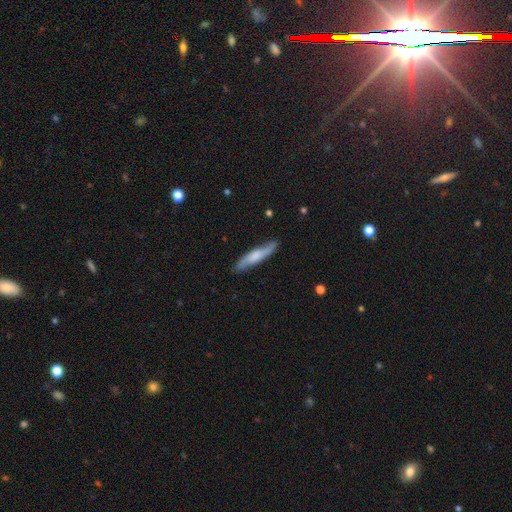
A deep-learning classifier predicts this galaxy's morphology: smooth_or_featured: featured or disk (p=0.47) [tied with: smooth p=0.47]
merging: none (p=0.82) [alt: minor disturbance p=0.14]